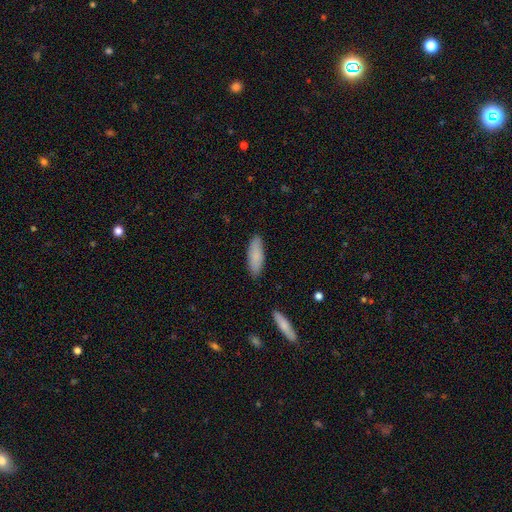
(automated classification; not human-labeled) The model was most divided on "how rounded": in between: 60%, cigar-shaped: 38%, round: 2%. More confident: merging — none (86%); smooth or featured — smooth (83%).